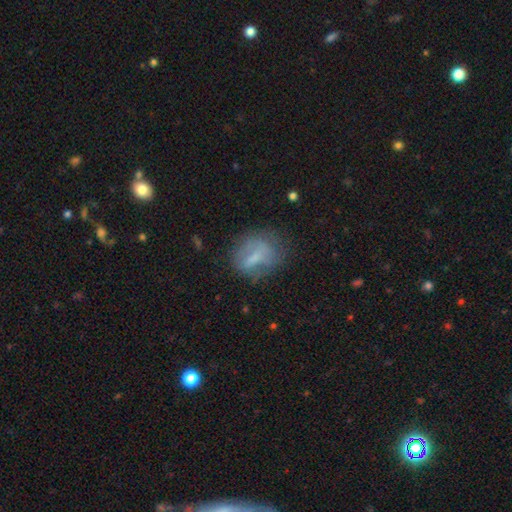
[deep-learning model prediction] Smooth or featured?
  - smooth: 52% *
  - featured or disk: 38%
  - star or artifact: 11%
How rounded?
  - in between: 55% *
  - round: 41%
  - cigar-shaped: 5%
Merging?
  - none: 56% *
  - minor disturbance: 25%
  - major disturbance: 16%
  - merger: 3%